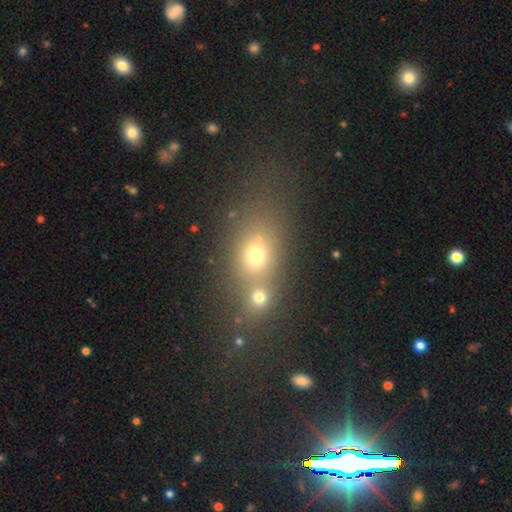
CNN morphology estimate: Smooth or featured? Predicted: smooth (p=0.60). How rounded? Predicted: in between (p=0.54). Merging? Predicted: none (p=0.43).